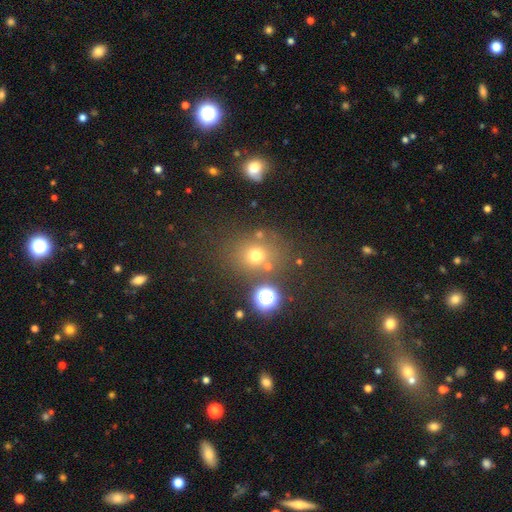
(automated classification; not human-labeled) smooth-or-featured: smooth: 68% | star or artifact: 23% | featured or disk: 10%
  how-rounded: round: 78% | in between: 21% | cigar-shaped: 1%
  merging: none: 73% | minor disturbance: 11% | merger: 10% | major disturbance: 6%